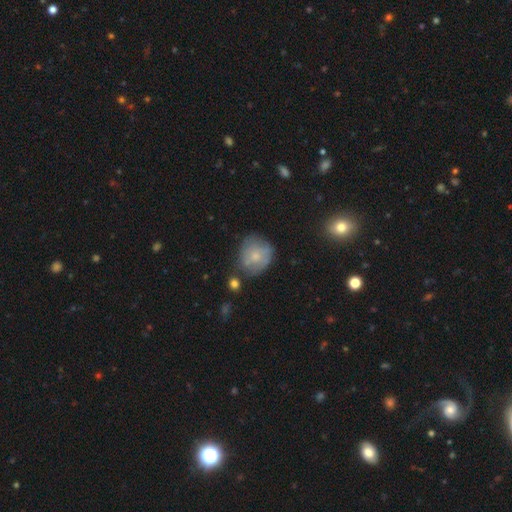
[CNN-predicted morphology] A smooth galaxy with no disk features (59%) that is round (76%).

Vote fractions:
- Smooth or featured? smooth: 59% / featured or disk: 33% / star or artifact: 8%
- How rounded? round: 76% / in between: 23% / cigar-shaped: 1%
- Merging? none: 55% / minor disturbance: 27% / major disturbance: 11% / merger: 7%